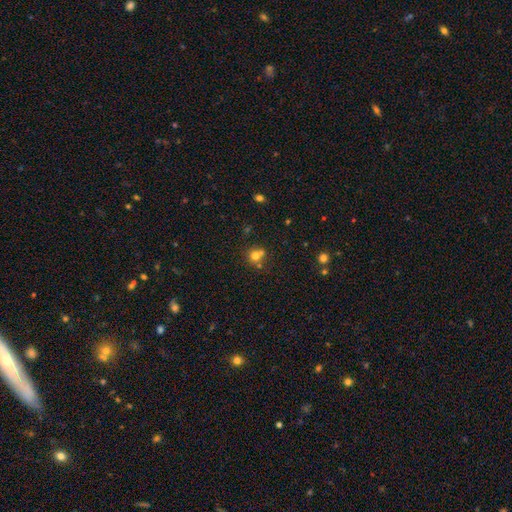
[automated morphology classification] Overall: smooth (69%). How rounded: round (82%). Merging: none (46%; merger 41%).